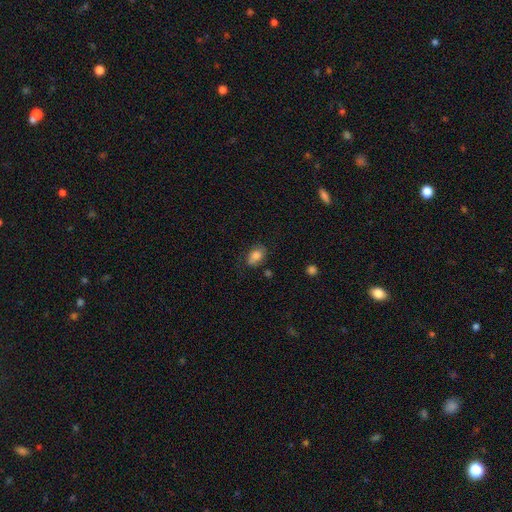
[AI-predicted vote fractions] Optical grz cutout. It shows a smooth galaxy with no disk features (80%) that is in between round and cigar-shaped (84%). Merging: none (68%).